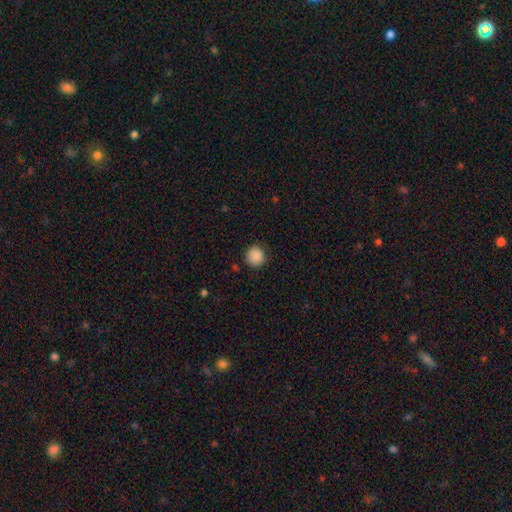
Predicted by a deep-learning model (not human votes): This is clearly a smooth galaxy (89%). How rounded: clearly round (90%). Merging: clearly none (89%).